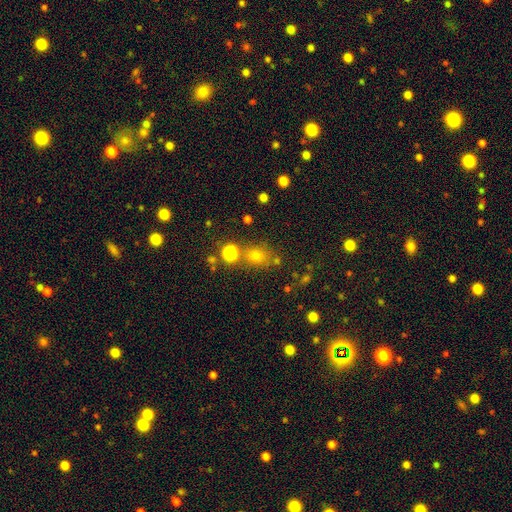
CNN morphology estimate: A smooth galaxy with no disk features (70%) that is round (58%).

Vote fractions:
- Smooth or featured? smooth: 70% / star or artifact: 20% / featured or disk: 10%
- How rounded? round: 58% / in between: 40% / cigar-shaped: 2%
- Merging? none: 63% / merger: 19% / minor disturbance: 12% / major disturbance: 5%